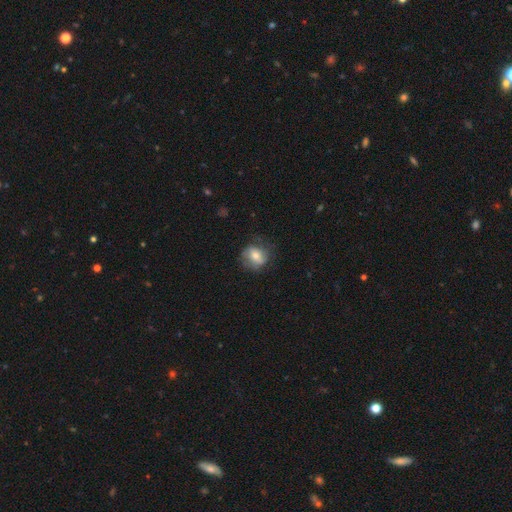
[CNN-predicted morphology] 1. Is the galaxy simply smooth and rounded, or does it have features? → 64% smooth, 27% featured or disk, 9% star or artifact.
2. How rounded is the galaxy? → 63% round, 35% in between, 1% cigar-shaped.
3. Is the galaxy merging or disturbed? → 66% none, 23% minor disturbance, 10% major disturbance, 1% merger.